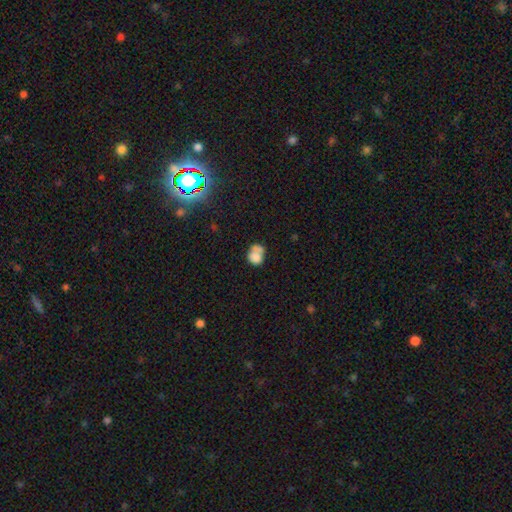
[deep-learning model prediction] The model was most divided on "merging": merger: 34%, none: 32%, minor disturbance: 20%, major disturbance: 14%. More confident: smooth or featured — smooth (72%); how rounded — round (55%).